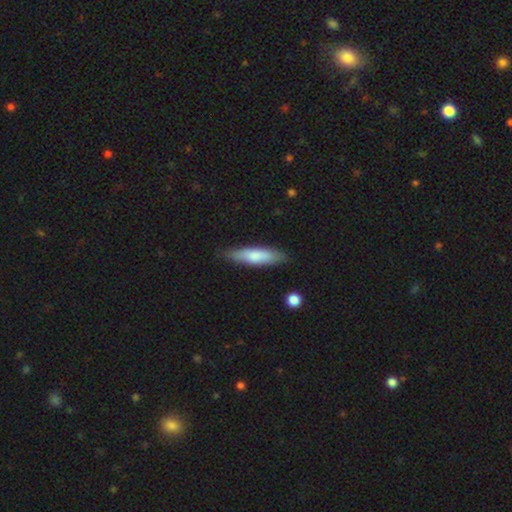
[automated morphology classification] The model was most divided on "how rounded": cigar-shaped: 69%, in between: 29%, round: 2%. More confident: merging — none (83%); smooth or featured — smooth (73%).